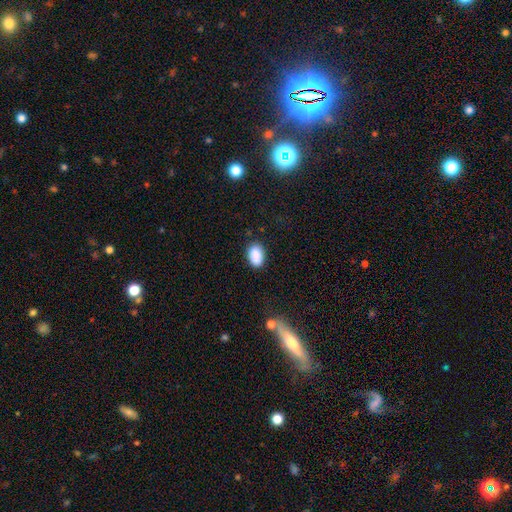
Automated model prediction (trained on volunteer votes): Q: Smooth or featured?
A: smooth (89%); runner-up: star or artifact (8%)
Q: How rounded?
A: in between (89%); runner-up: round (9%)
Q: Merging?
A: none (84%); runner-up: minor disturbance (12%)